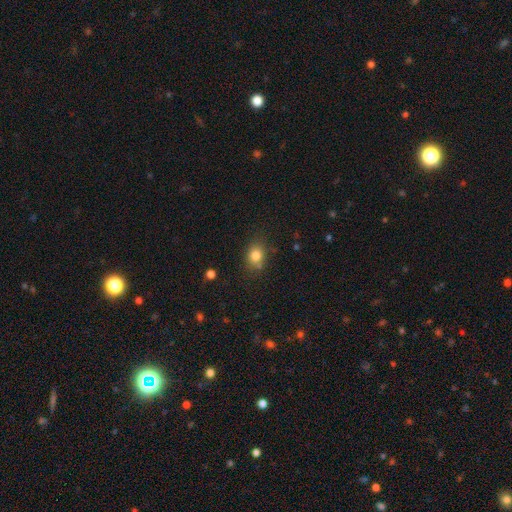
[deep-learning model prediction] Smooth or featured? smooth (81%)
How rounded? round (49%, tied with in between)
Merging? none (75%)